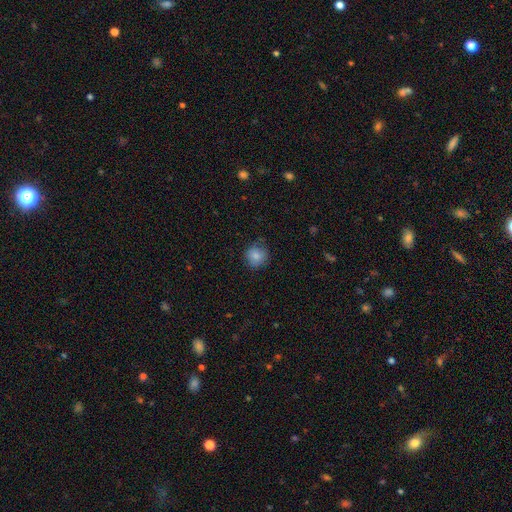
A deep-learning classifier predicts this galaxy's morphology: Overall: smooth (84%). How rounded: round (90%). Merging: none (76%).